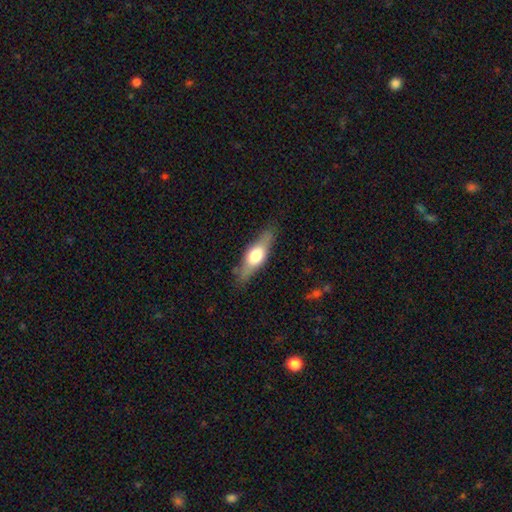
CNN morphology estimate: Q: Smooth or featured?
A: smooth (48%); runner-up: featured or disk (46%)
Q: Merging?
A: none (81%); runner-up: minor disturbance (14%)